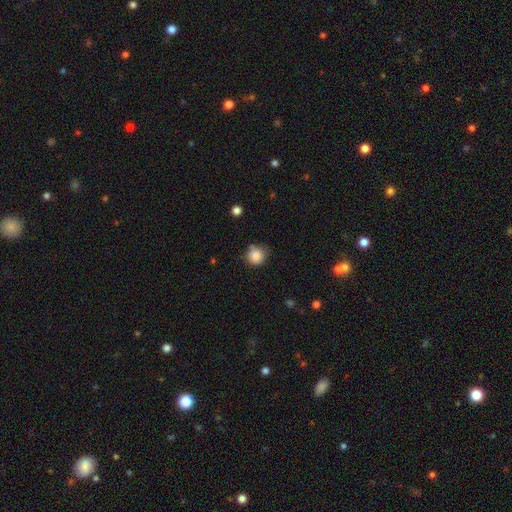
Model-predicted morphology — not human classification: A smooth galaxy with no disk features (84%) that is round (90%).

Vote fractions:
- Smooth or featured? smooth: 84% / star or artifact: 10% / featured or disk: 6%
- How rounded? round: 90% / in between: 9% / cigar-shaped: 1%
- Merging? none: 70% / minor disturbance: 22% / major disturbance: 4% / merger: 4%